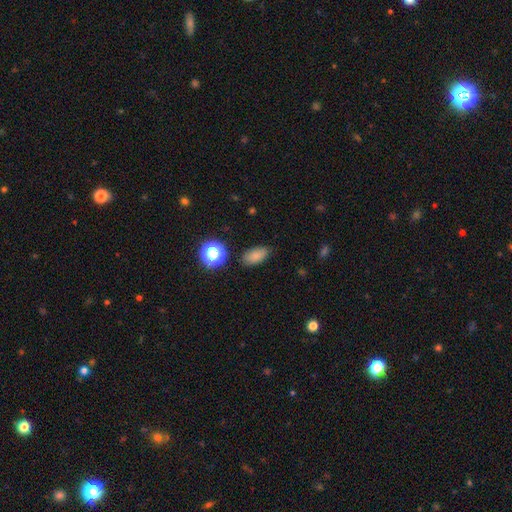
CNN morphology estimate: smooth 81%, star or artifact 13%, featured or disk 6%. Down the decision tree: how rounded — in between (88%); merging — none (83%).